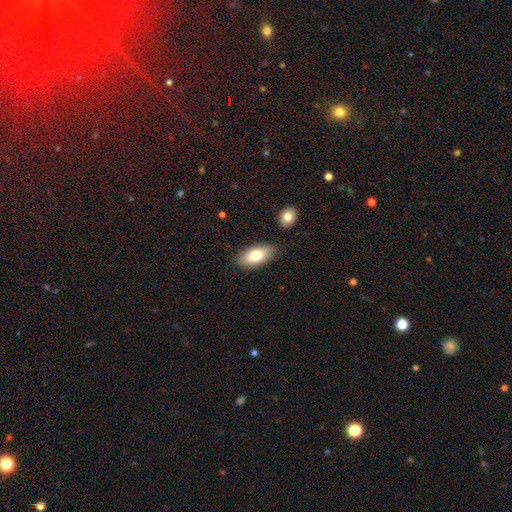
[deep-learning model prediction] A smooth galaxy with no disk features (78%) that is in between round and cigar-shaped (92%). Merging: none (84%).